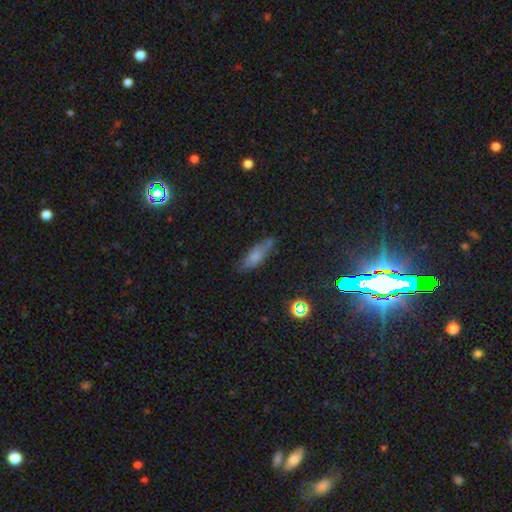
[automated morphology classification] A smooth galaxy with no disk features (65%) that is in between round and cigar-shaped (55%). Merging: none (65%).